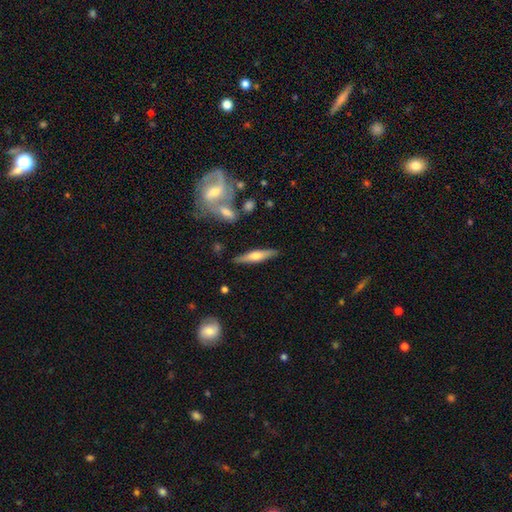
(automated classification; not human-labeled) featured or disk 50%, smooth 44%, star or artifact 6%. Down the decision tree: edge-on disk — yes (93%); merging — none (85%).